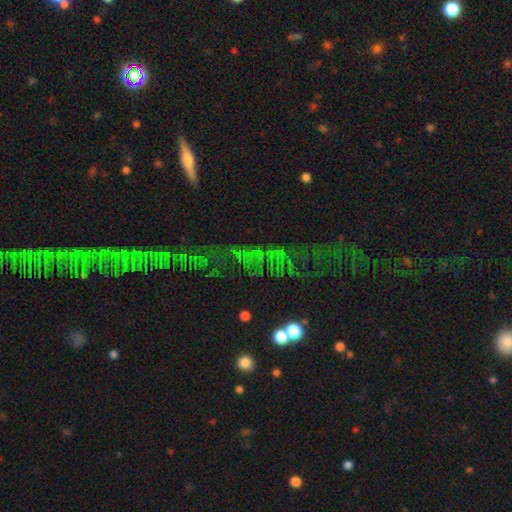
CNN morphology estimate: type=star or artifact (58%).